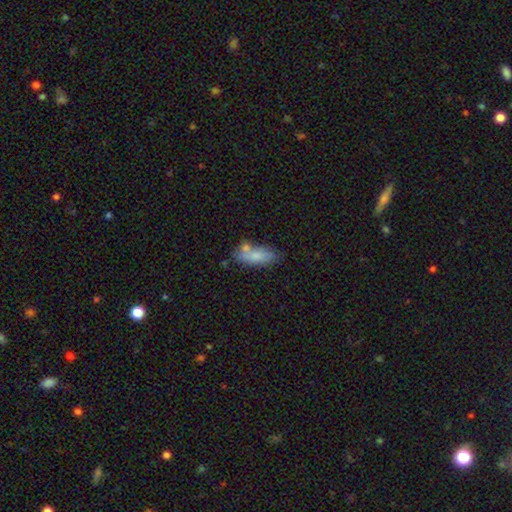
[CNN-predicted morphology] type=smooth (76%); roundness=in between (75%); merging=none (55%).